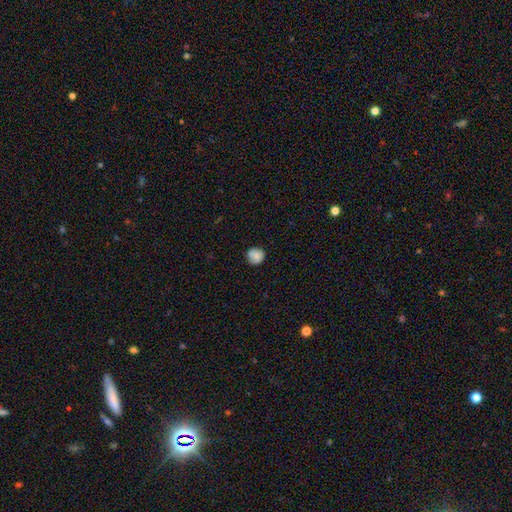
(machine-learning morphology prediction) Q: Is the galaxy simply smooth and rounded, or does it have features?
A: smooth — 84%.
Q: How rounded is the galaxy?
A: round — 91%.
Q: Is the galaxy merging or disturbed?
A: none — 82%.